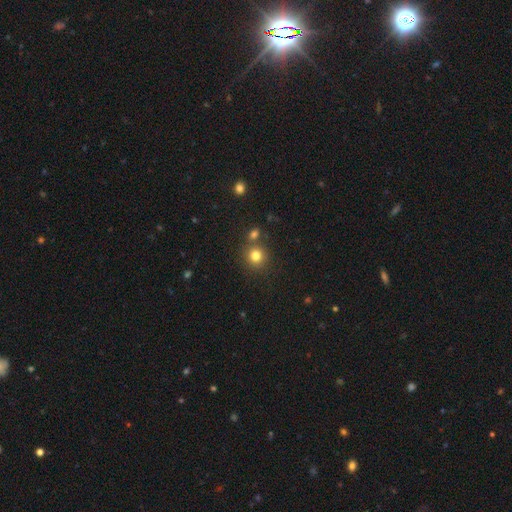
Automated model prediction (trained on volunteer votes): smooth_or_featured: smooth (p=0.80) [alt: star or artifact p=0.14]
how_rounded: round (p=0.90) [alt: in between p=0.10]
merging: none (p=0.75) [alt: merger p=0.14]